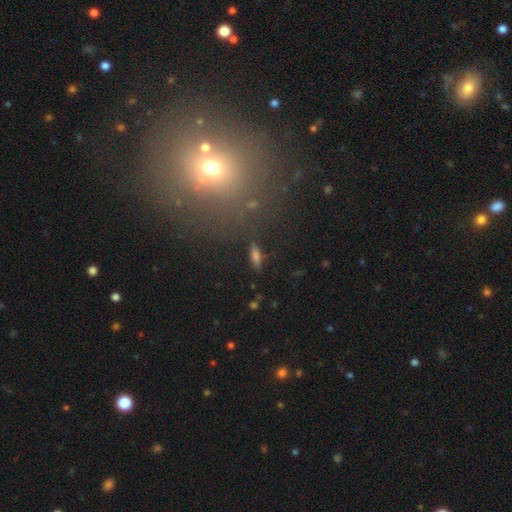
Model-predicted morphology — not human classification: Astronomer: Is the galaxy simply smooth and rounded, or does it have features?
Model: smooth — 50% (runner-up: star or artifact, 27%).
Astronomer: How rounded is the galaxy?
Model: in between — 62%.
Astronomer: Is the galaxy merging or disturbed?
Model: none — 78%.